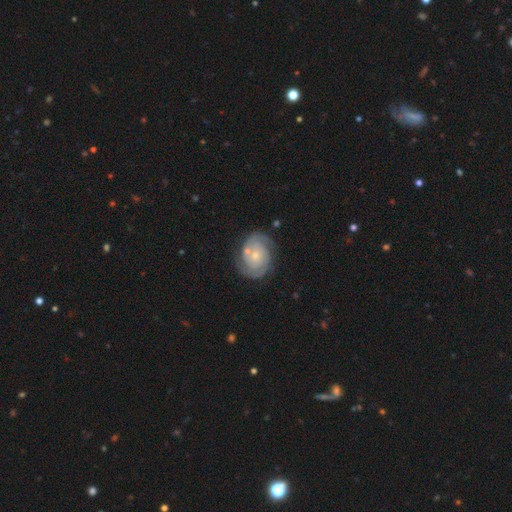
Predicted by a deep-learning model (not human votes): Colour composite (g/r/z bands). It shows a featured or disk galaxy (86%) with no bar (76%), 2 (66%) tight (68%) spiral arms (97%) and a small central bulge (69%). Merging: none (72%).